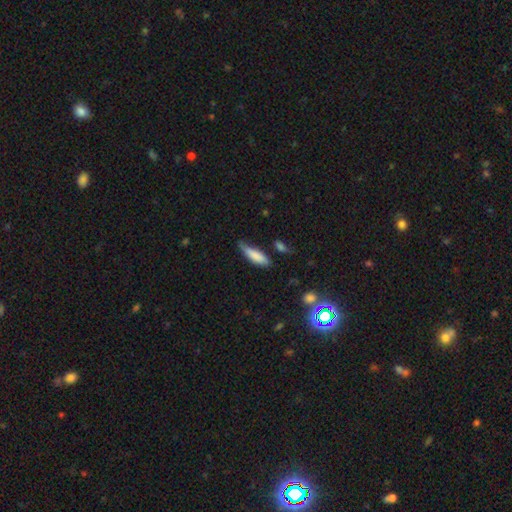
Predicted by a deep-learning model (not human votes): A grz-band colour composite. It shows a smooth galaxy with no disk features (80%) that is cigar-shaped (61%). Merging: none (52%).